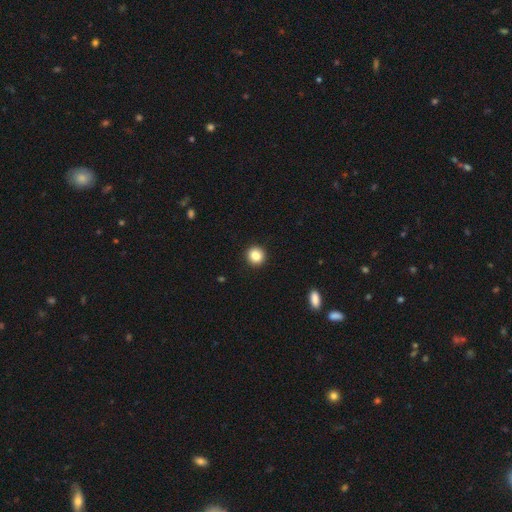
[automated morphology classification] This is clearly a smooth galaxy (85%). How rounded: clearly round (91%). Merging: clearly none (93%).